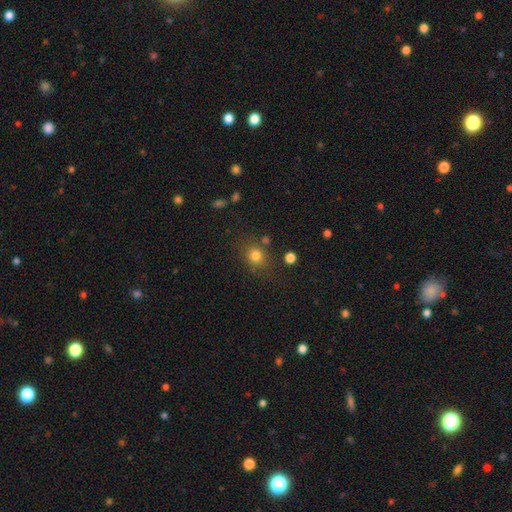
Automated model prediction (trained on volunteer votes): A smooth galaxy with no disk features (79%) that is round (71%). Merging: none (74%).